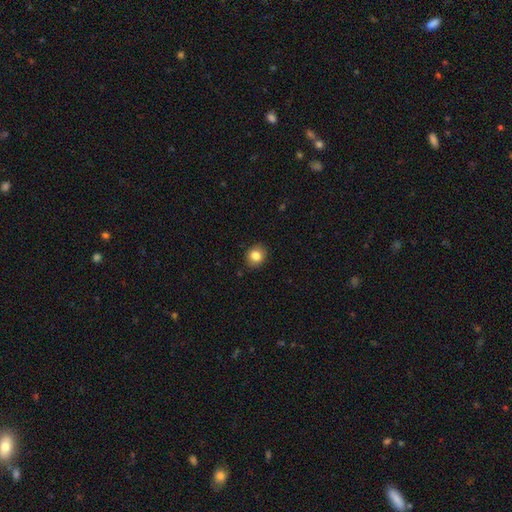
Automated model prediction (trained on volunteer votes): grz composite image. It shows a smooth galaxy with no disk features (83%) that is round (67%). Merging: none (89%).